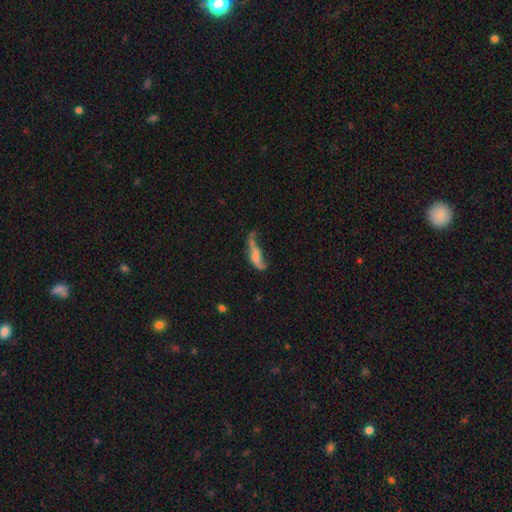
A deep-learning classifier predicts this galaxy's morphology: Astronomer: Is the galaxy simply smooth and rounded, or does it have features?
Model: featured or disk — 45% (runner-up: smooth, 44%).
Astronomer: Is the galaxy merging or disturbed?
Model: major disturbance — 42% (runner-up: none, 21%).